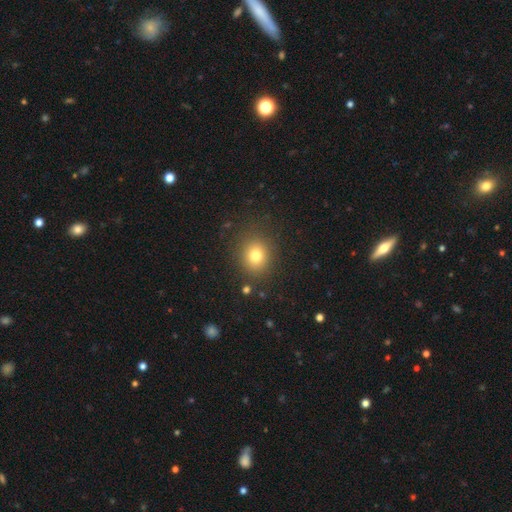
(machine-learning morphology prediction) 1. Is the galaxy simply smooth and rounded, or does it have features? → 77% smooth, 14% star or artifact, 9% featured or disk.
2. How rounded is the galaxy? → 75% round, 24% in between, 1% cigar-shaped.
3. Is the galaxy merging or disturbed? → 85% none, 9% minor disturbance, 4% major disturbance, 2% merger.